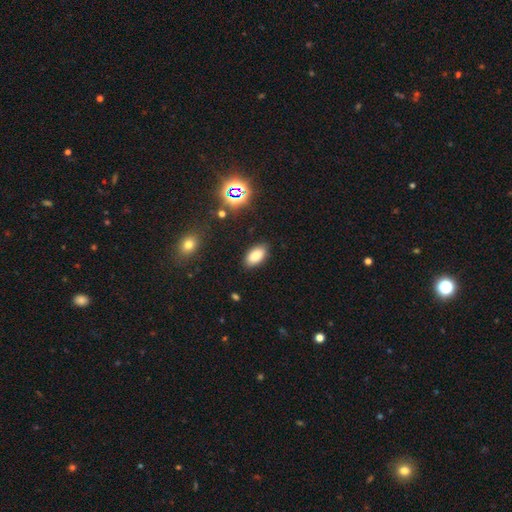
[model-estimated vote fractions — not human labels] A smooth galaxy with no disk features (82%) that is in between round and cigar-shaped (93%). Merging: none (87%).